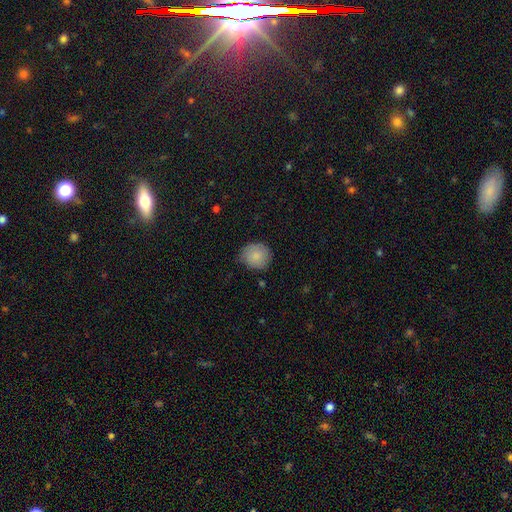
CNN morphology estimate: Smooth or featured: smooth — 83% (featured or disk — 10%)
How rounded: round — 83% (in between — 16%)
Merging: none — 69% (minor disturbance — 26%)